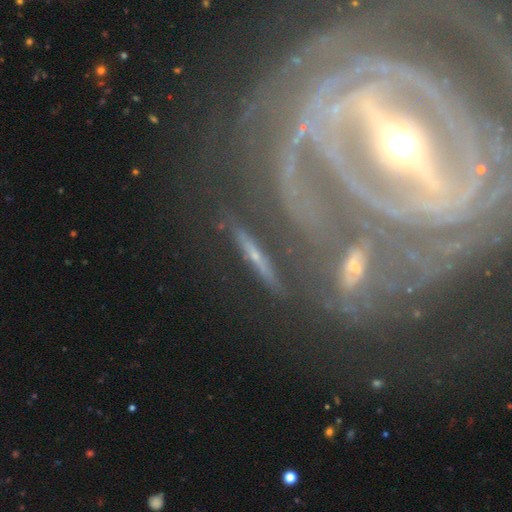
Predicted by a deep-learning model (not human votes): A featured or disk galaxy (64%) viewed edge-on (60%). Merging: none (73%).